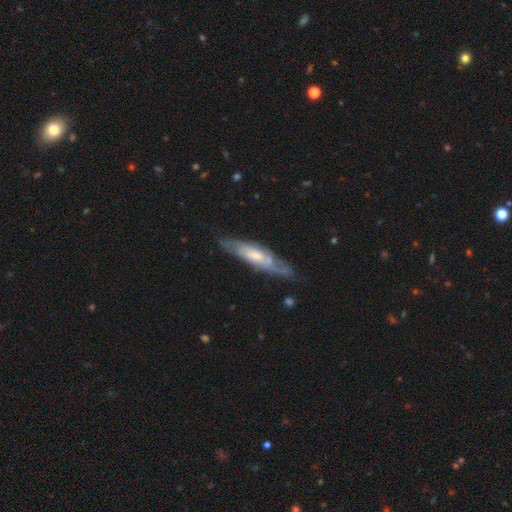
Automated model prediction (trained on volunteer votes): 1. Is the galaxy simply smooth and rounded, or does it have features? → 71% featured or disk, 24% smooth, 5% star or artifact.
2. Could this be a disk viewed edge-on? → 61% no, 39% yes.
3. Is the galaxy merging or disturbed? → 70% none, 21% minor disturbance, 7% major disturbance, 2% merger.